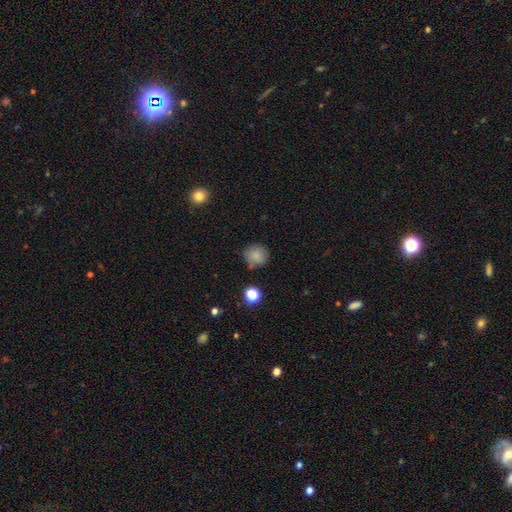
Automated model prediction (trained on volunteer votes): smooth 82%, star or artifact 11%, featured or disk 7%. Down the decision tree: how rounded — round (89%); merging — none (75%).